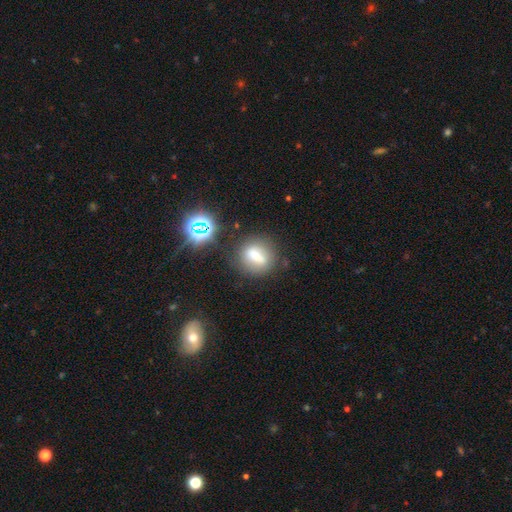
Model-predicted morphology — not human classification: Overall: smooth (63%). How rounded: round (49%; in between 41%). Merging: none (72%).